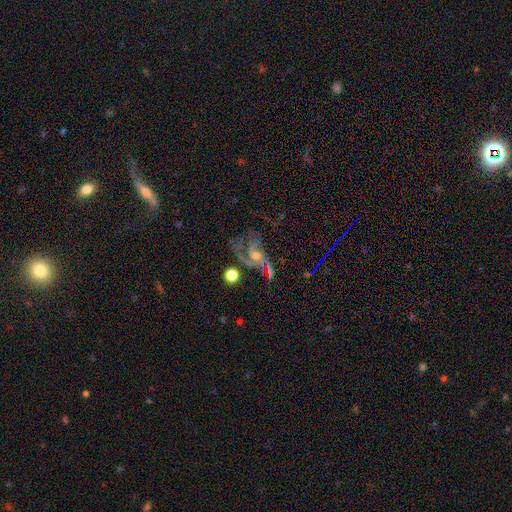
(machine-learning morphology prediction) A featured or disk galaxy (75%) with no bar (59%), 2 (44%) medium (45%) spiral arms (89%) and a moderate central bulge (45%). Merging: none (40%).